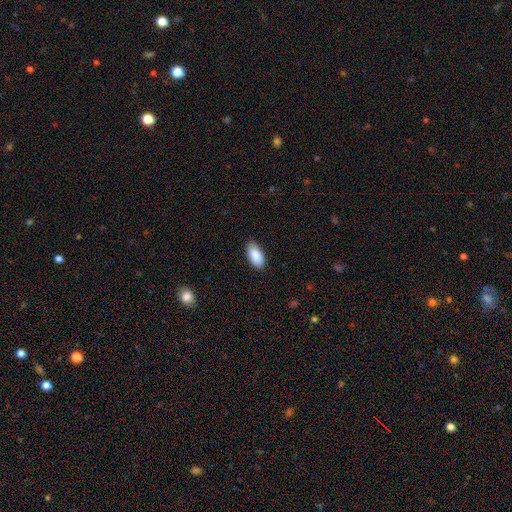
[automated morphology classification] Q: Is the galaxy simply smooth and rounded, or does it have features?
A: smooth — 89%.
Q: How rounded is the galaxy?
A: in between — 94%.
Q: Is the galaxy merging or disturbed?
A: none — 86%.